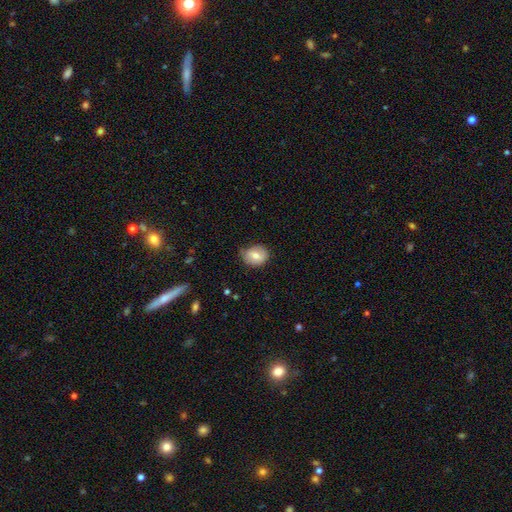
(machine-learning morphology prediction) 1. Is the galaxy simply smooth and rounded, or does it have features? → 71% smooth, 21% featured or disk, 8% star or artifact.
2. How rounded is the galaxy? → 57% round, 42% in between, 1% cigar-shaped.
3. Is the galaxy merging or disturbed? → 71% none, 23% minor disturbance, 5% major disturbance, 1% merger.